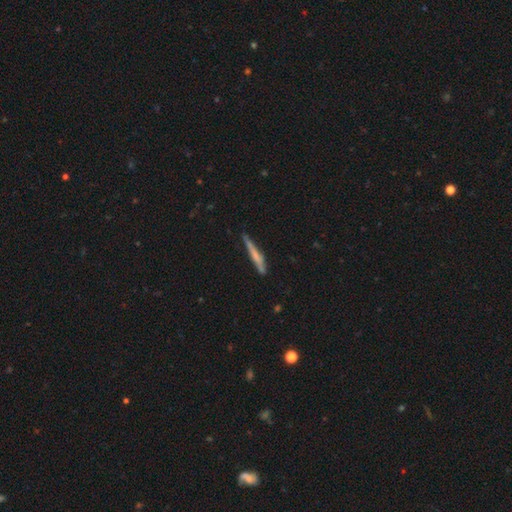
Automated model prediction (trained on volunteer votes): A smooth galaxy with no disk features (54%) that is cigar-shaped (95%).

Vote fractions:
- Smooth or featured? smooth: 54% / featured or disk: 40% / star or artifact: 6%
- How rounded? cigar-shaped: 95% / in between: 3% / round: 1%
- Merging? none: 75% / minor disturbance: 19% / major disturbance: 3% / merger: 2%